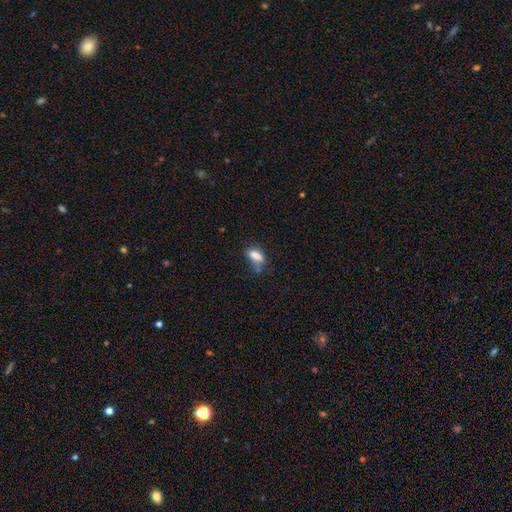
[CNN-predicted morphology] Overall: smooth (76%). How rounded: in between (76%). Merging: none (41%; minor disturbance 31%).